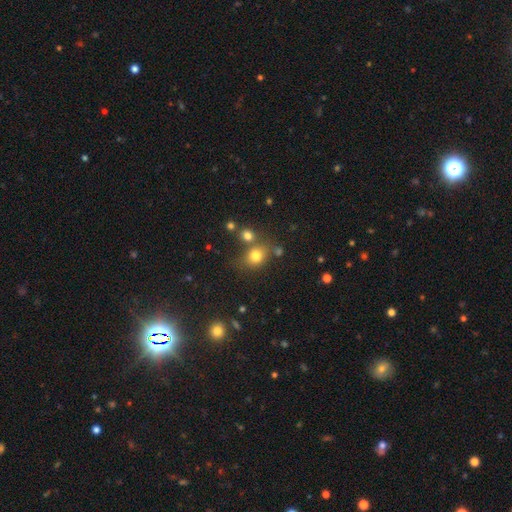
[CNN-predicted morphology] smooth 76%, star or artifact 15%, featured or disk 9%. Down the decision tree: how rounded — round (66%); merging — none (62%).